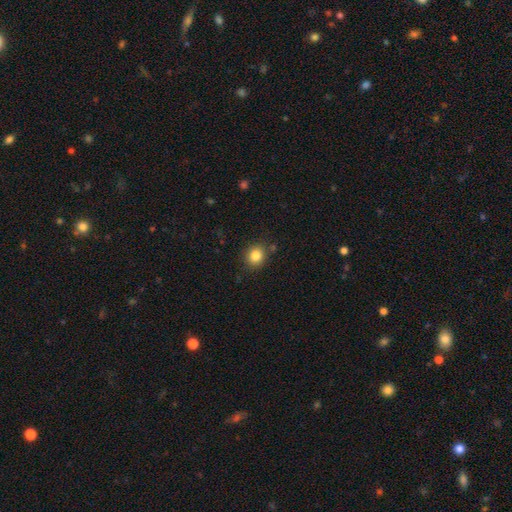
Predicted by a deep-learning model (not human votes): smooth_or_featured: smooth (p=0.83) [alt: star or artifact p=0.11]
how_rounded: round (p=0.78) [alt: in between p=0.21]
merging: none (p=0.84) [alt: minor disturbance p=0.10]